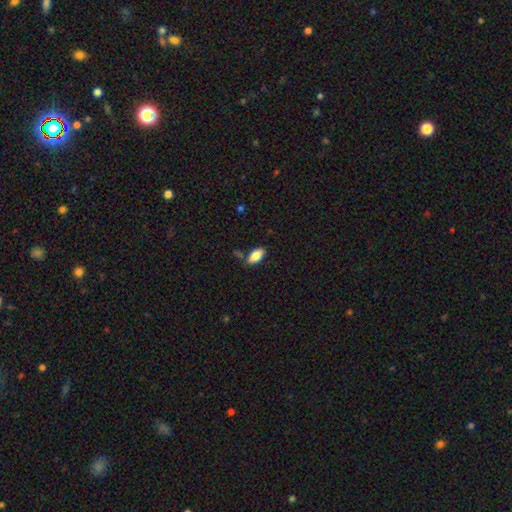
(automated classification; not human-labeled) The model was most divided on "merging": none: 75%, minor disturbance: 16%, merger: 6%, major disturbance: 3%. More confident: how rounded — in between (90%); smooth or featured — smooth (81%).